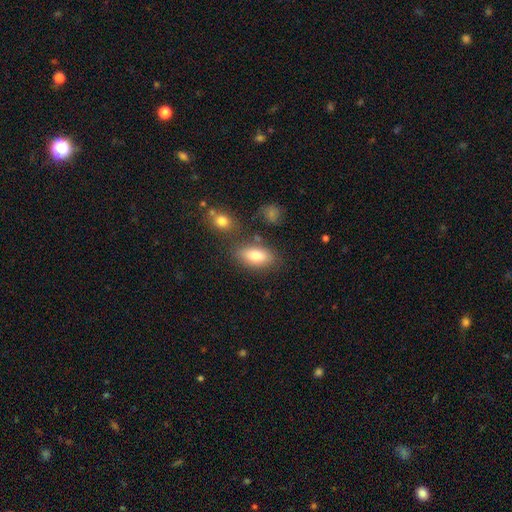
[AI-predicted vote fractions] Morphology: type=smooth (80%); roundness=in between (88%); merging=none (72%).